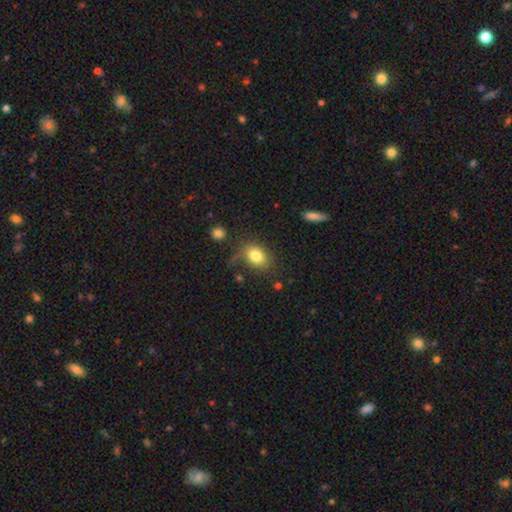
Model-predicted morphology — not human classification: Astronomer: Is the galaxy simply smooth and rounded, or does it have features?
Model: smooth — 80%.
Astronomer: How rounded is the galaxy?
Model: in between — 68%.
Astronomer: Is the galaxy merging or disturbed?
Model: none — 68%.